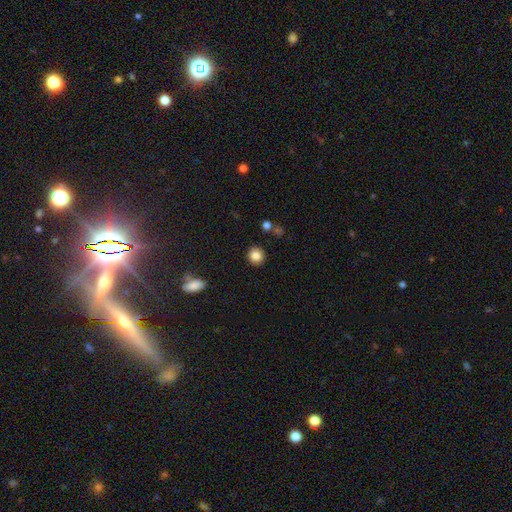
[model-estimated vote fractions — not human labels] Smooth or featured?
  - smooth: 85% *
  - star or artifact: 10%
  - featured or disk: 5%
How rounded?
  - round: 89% *
  - in between: 10%
  - cigar-shaped: 1%
Merging?
  - none: 90% *
  - minor disturbance: 6%
  - major disturbance: 2%
  - merger: 2%